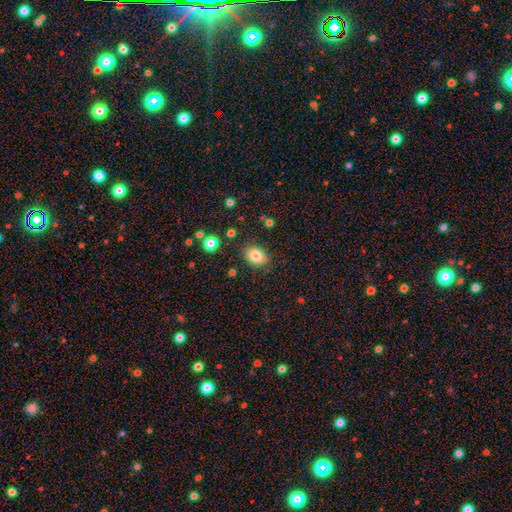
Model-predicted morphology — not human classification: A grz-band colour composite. It shows a smooth galaxy with no disk features (82%) that is in between round and cigar-shaped (60%). Merging: none (84%).